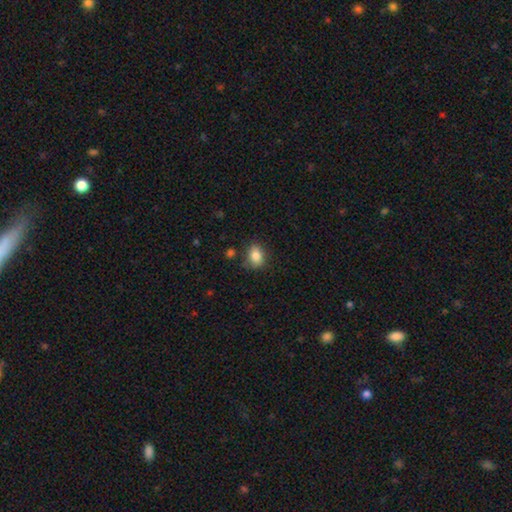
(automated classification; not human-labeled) Smooth or featured? Predicted: smooth (p=0.84). How rounded? Predicted: in between (p=0.66). Merging? Predicted: none (p=0.77).